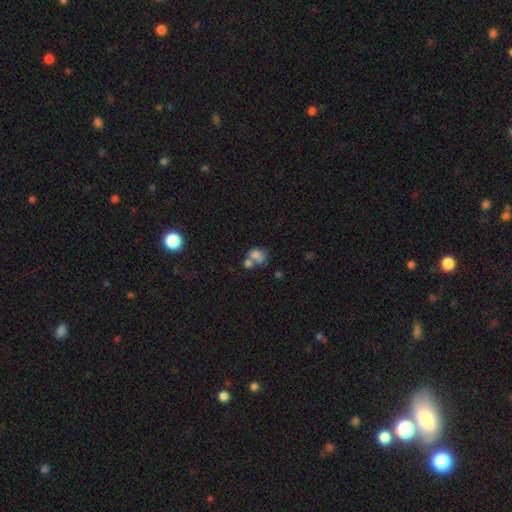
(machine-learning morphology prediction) smooth-or-featured: smooth: 67% | featured or disk: 20% | star or artifact: 13%
  how-rounded: in between: 62% | round: 36% | cigar-shaped: 1%
  merging: merger: 56% | none: 23% | minor disturbance: 11% | major disturbance: 10%